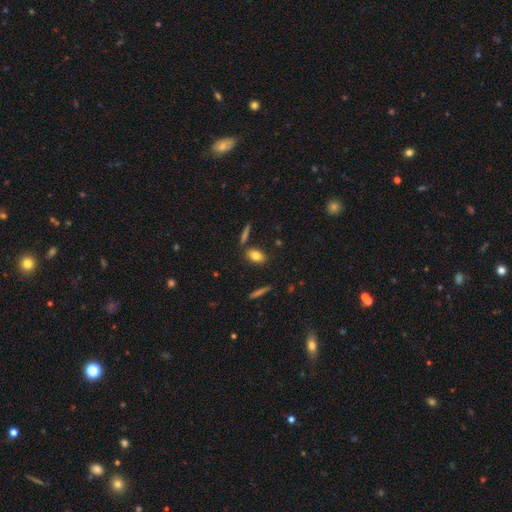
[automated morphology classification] Overall: smooth (78%). How rounded: in between (83%). Merging: none (82%).